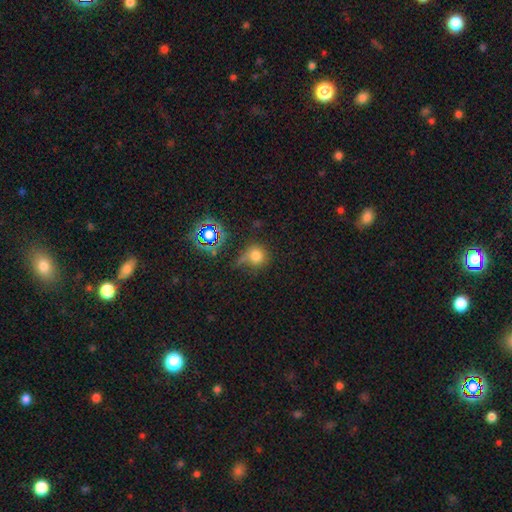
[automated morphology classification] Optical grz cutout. It shows a smooth galaxy with no disk features (70%) that is round (85%). Merging: none (53%).